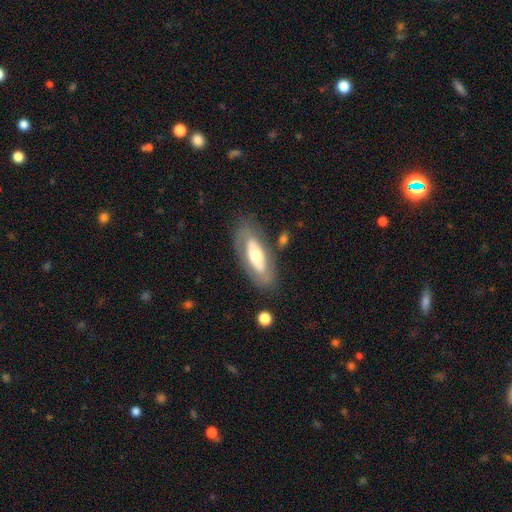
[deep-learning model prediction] Q: Smooth or featured?
A: featured or disk (54%); runner-up: smooth (41%)
Q: Edge-on disk?
A: no (79%); runner-up: yes (21%)
Q: Merging?
A: none (74%); runner-up: minor disturbance (15%)